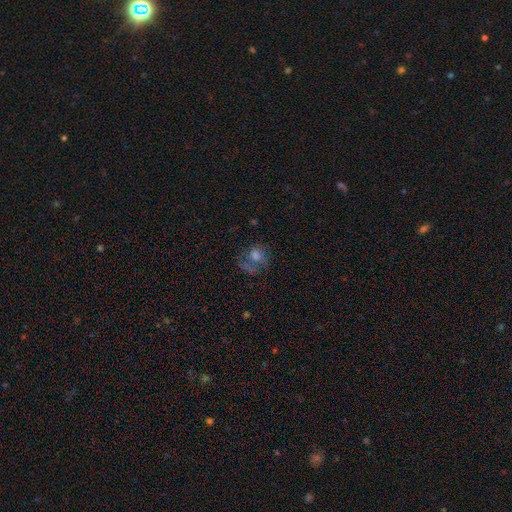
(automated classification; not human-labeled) Smooth or featured?
  - smooth: 52% *
  - featured or disk: 29%
  - star or artifact: 19%
How rounded?
  - round: 67% *
  - in between: 32%
  - cigar-shaped: 1%
Merging?
  - none: 45% *
  - major disturbance: 28%
  - minor disturbance: 20%
  - merger: 6%